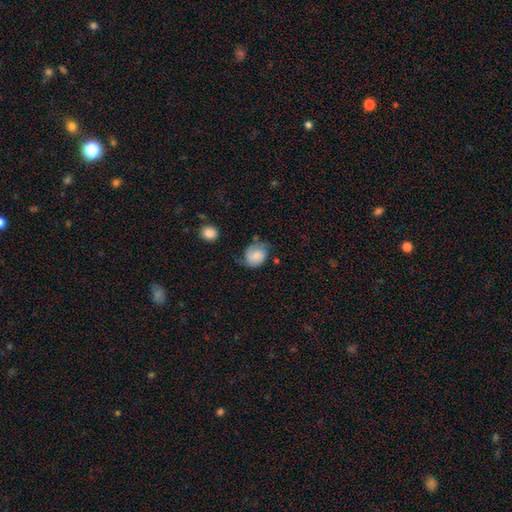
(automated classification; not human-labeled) smooth 67%, featured or disk 25%, star or artifact 8%. Down the decision tree: how rounded — round (53%); merging — none (47%).